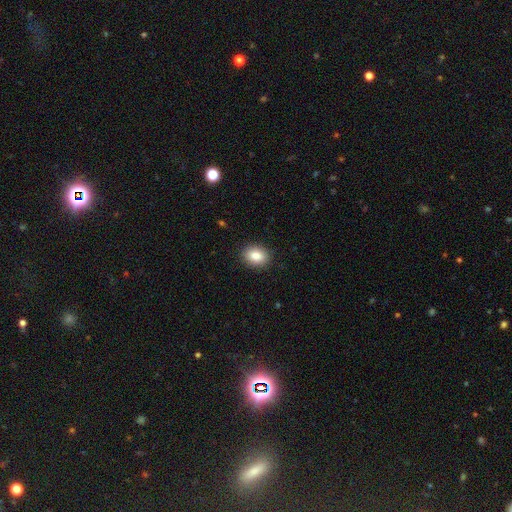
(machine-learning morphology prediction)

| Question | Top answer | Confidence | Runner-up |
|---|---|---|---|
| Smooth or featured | smooth | 86% | star or artifact (8%) |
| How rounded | in between | 65% | round (33%) |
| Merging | none | 89% | minor disturbance (8%) |